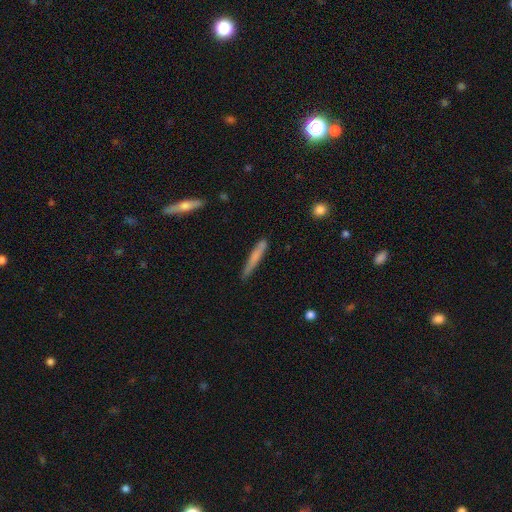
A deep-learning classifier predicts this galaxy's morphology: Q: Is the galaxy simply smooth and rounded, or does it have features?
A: smooth — 63%.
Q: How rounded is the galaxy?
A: cigar-shaped — 95%.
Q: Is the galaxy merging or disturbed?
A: none — 77%.